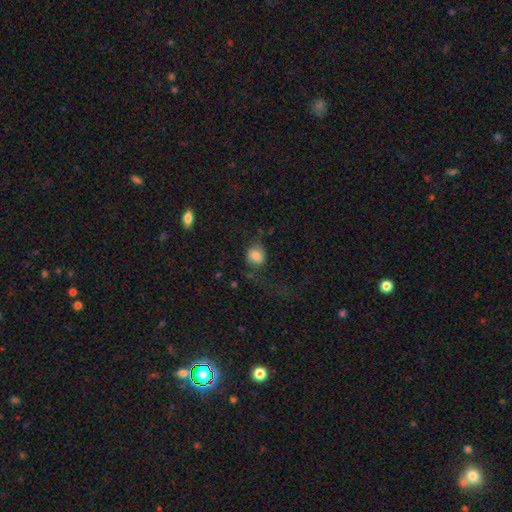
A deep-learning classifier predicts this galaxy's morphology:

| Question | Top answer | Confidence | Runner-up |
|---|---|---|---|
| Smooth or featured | smooth | 70% | featured or disk (21%) |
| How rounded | round | 62% | in between (36%) |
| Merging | none | 44% | major disturbance (32%) |